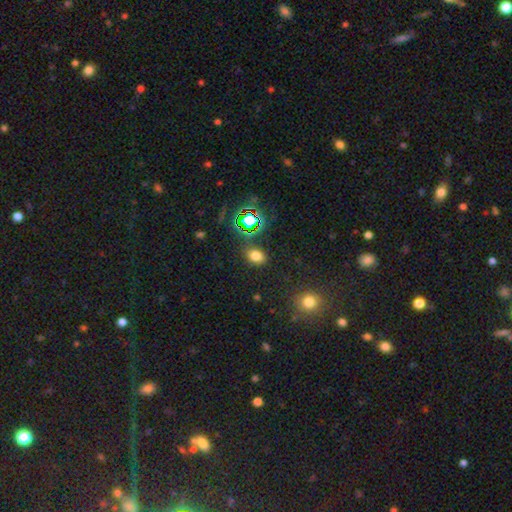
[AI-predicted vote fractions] smooth_or_featured: smooth (p=0.69) [alt: star or artifact p=0.24]
how_rounded: in between (p=0.75) [alt: round p=0.24]
merging: none (p=0.82) [alt: minor disturbance p=0.11]